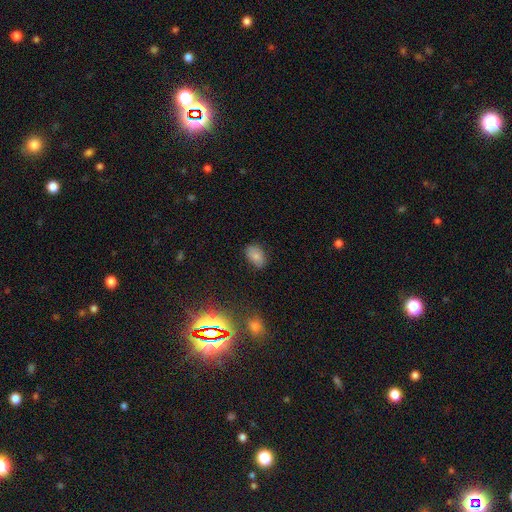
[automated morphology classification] The model was most divided on "merging": none: 79%, minor disturbance: 16%, major disturbance: 3%, merger: 2%. More confident: how rounded — in between (86%); smooth or featured — smooth (76%).